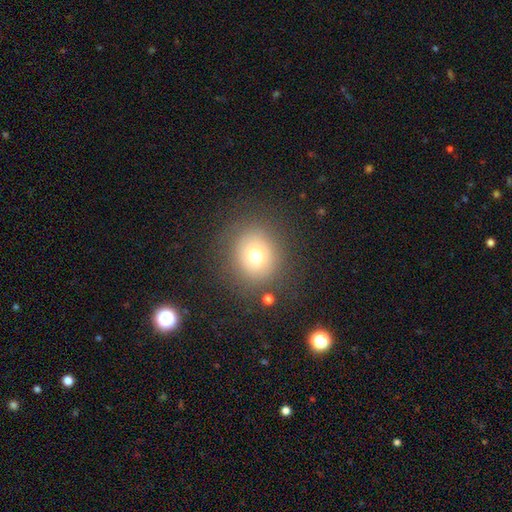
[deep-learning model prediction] The model was most divided on "smooth or featured": smooth: 70%, star or artifact: 16%, featured or disk: 14%. More confident: how rounded — round (83%); merging — none (82%).